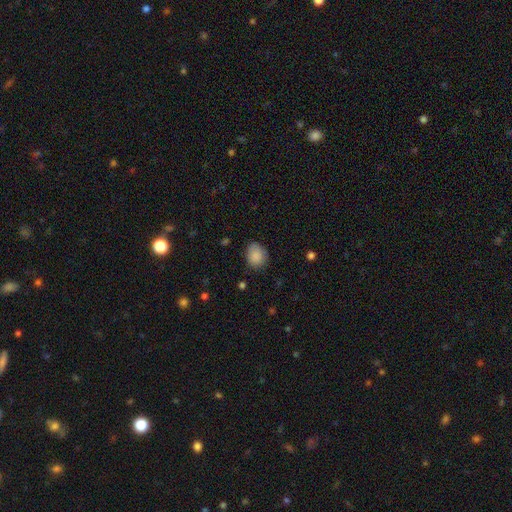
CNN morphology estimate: This is clearly a smooth galaxy (87%). How rounded: possibly round (55%). Merging: likely none (73%).